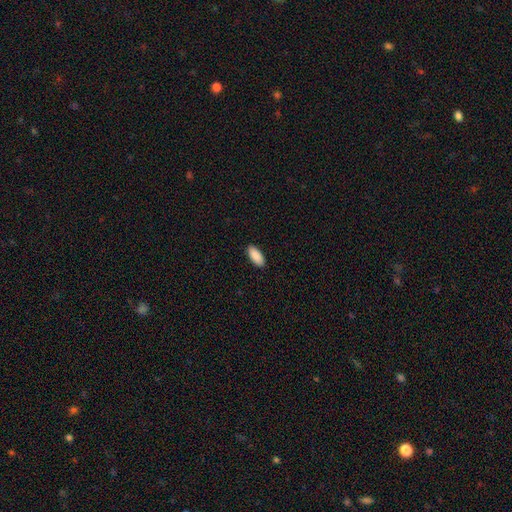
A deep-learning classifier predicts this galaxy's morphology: Q: Smooth or featured?
A: smooth (90%); runner-up: star or artifact (6%)
Q: How rounded?
A: in between (87%); runner-up: cigar-shaped (11%)
Q: Merging?
A: none (90%); runner-up: minor disturbance (7%)